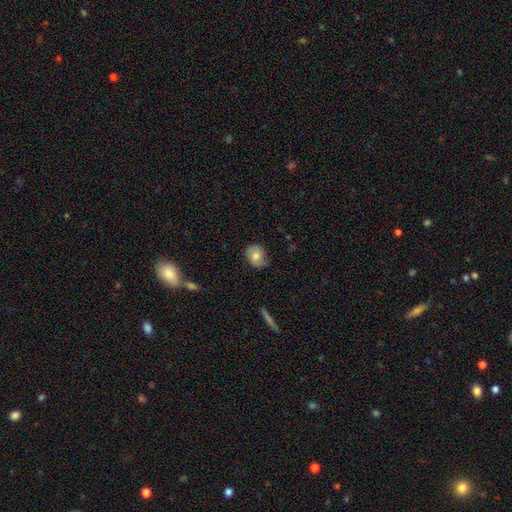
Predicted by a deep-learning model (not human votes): smooth 68%, featured or disk 24%, star or artifact 8%. Down the decision tree: how rounded — round (67%); merging — none (69%).